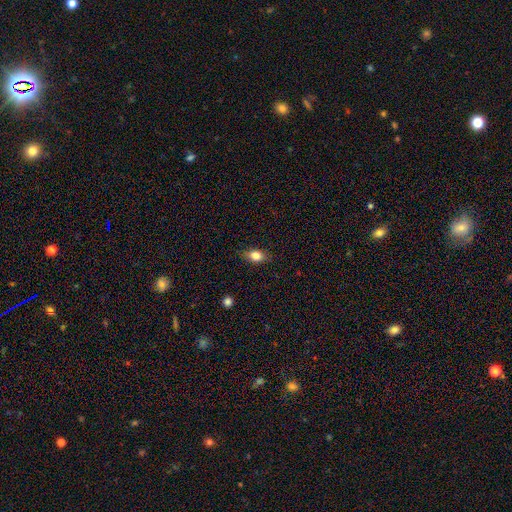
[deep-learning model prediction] The model was most divided on "how rounded": in between: 75%, round: 21%, cigar-shaped: 4%. More confident: merging — none (82%); smooth or featured — smooth (81%).